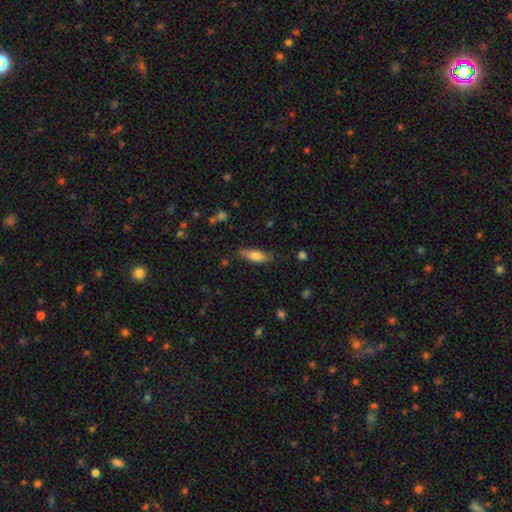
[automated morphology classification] smooth 72%, featured or disk 21%, star or artifact 7%. Down the decision tree: how rounded — in between (51%); merging — none (79%).